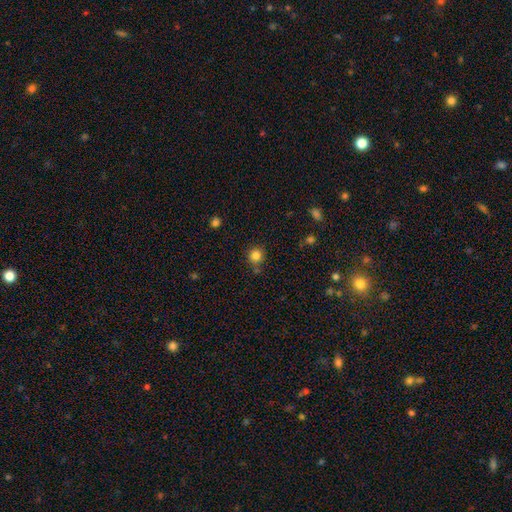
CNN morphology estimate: This is clearly a smooth galaxy (83%). How rounded: clearly round (90%). Merging: likely none (73%).